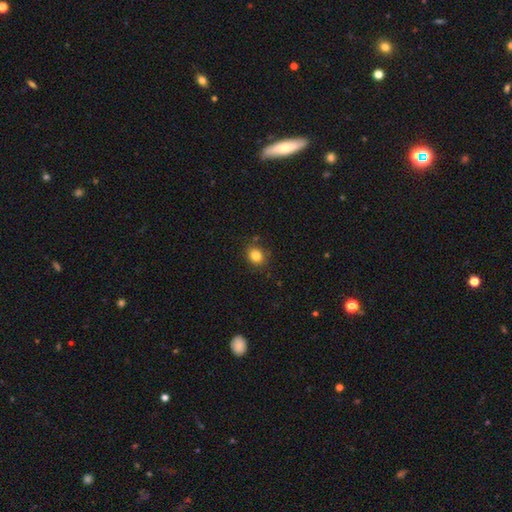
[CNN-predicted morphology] Smooth or featured? smooth (82%)
How rounded? round (65%)
Merging? none (85%)